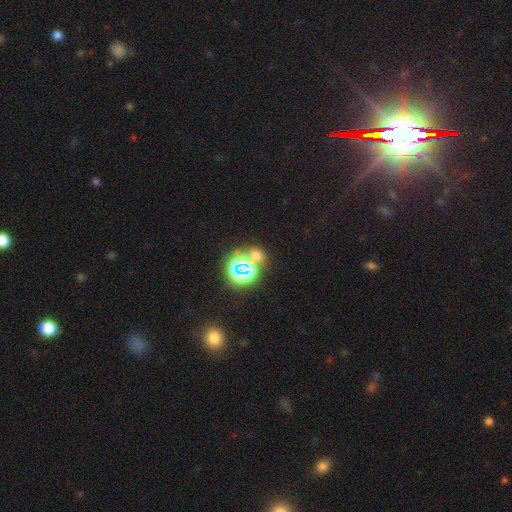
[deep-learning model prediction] Smooth or featured? star or artifact (47%)